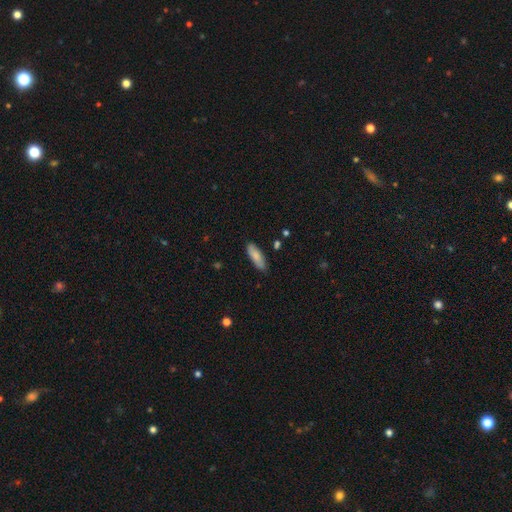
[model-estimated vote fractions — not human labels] A smooth galaxy with no disk features (83%) that is in between round and cigar-shaped (56%).

Vote fractions:
- Smooth or featured? smooth: 83% / featured or disk: 11% / star or artifact: 6%
- How rounded? in between: 56% / cigar-shaped: 43% / round: 2%
- Merging? none: 83% / minor disturbance: 13% / major disturbance: 2% / merger: 1%